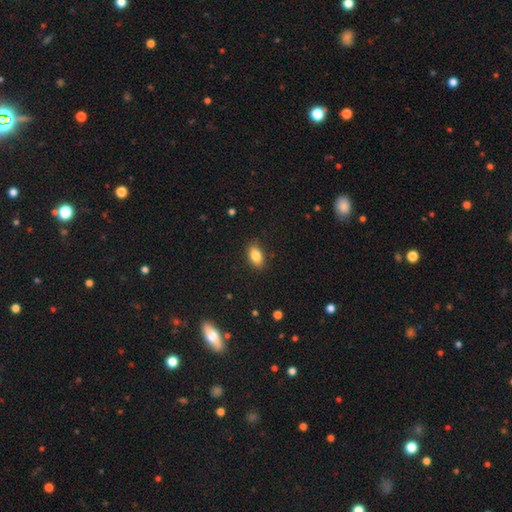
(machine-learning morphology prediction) Smooth or featured? smooth (84%)
How rounded? in between (89%)
Merging? none (88%)